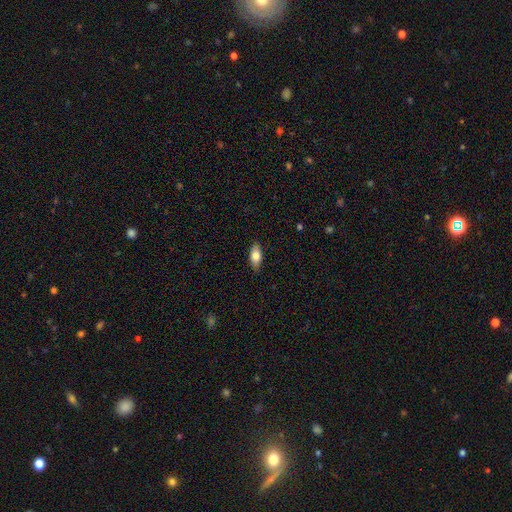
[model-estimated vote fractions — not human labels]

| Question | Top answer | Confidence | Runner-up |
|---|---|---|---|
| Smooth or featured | smooth | 76% | featured or disk (18%) |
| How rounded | in between | 84% | cigar-shaped (13%) |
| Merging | none | 87% | minor disturbance (10%) |